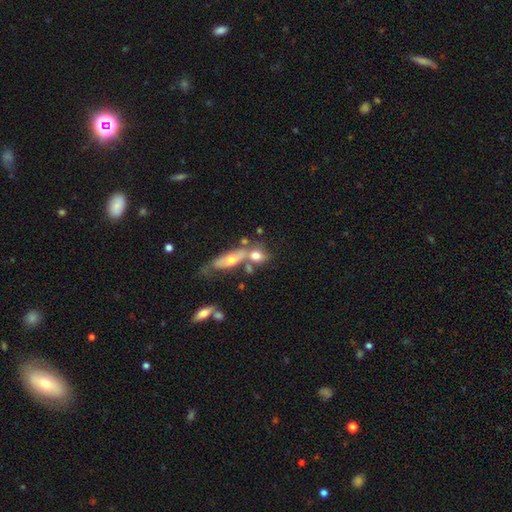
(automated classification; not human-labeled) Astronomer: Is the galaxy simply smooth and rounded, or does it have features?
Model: smooth — 67%.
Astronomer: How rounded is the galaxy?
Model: in between — 57%.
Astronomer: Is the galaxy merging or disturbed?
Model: merger — 44% (runner-up: none, 35%).